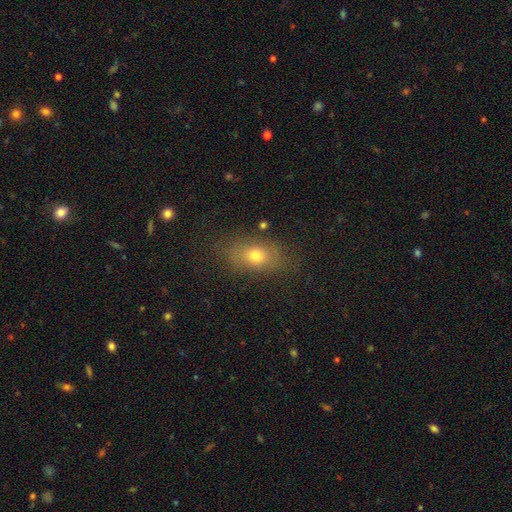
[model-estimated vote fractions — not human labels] Morphology: type=smooth (73%); roundness=in between (78%); merging=none (77%).